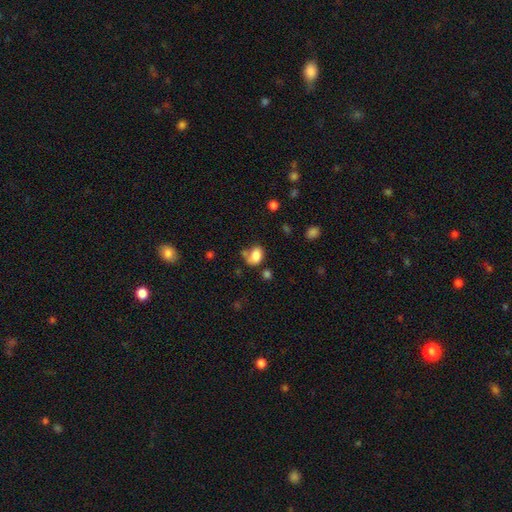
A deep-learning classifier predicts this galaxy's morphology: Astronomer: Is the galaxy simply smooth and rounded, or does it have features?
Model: smooth — 78%.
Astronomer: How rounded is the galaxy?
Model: in between — 69%.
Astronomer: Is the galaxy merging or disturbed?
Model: none — 37% (runner-up: minor disturbance, 24%).